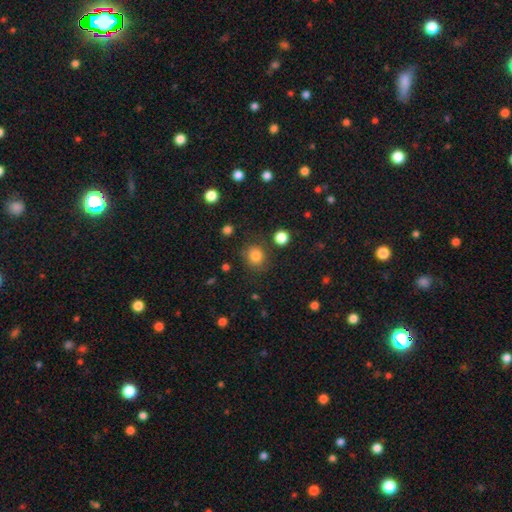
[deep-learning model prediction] smooth 82%, star or artifact 12%, featured or disk 5%. Down the decision tree: how rounded — round (85%); merging — none (81%).